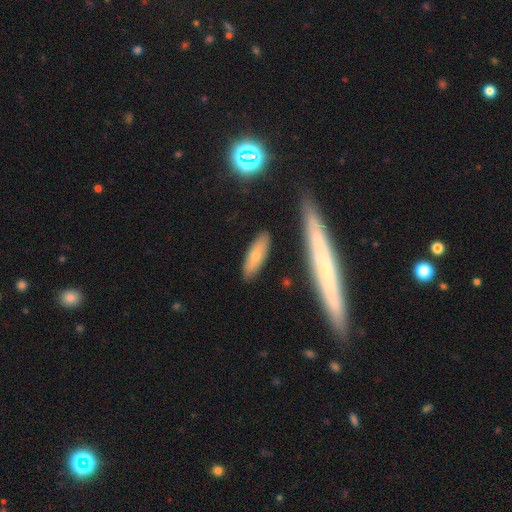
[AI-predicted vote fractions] Q: Smooth or featured?
A: smooth (64%); runner-up: featured or disk (29%)
Q: How rounded?
A: in between (53%); runner-up: cigar-shaped (44%)
Q: Merging?
A: none (83%); runner-up: minor disturbance (11%)